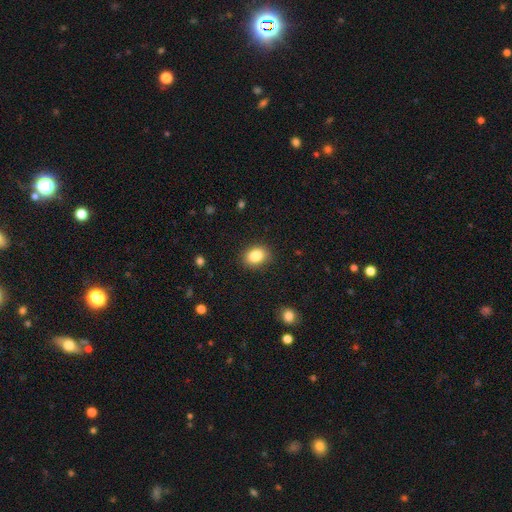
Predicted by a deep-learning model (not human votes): Smooth or featured? Predicted: smooth (p=0.86). How rounded? Predicted: in between (p=0.64). Merging? Predicted: none (p=0.88).